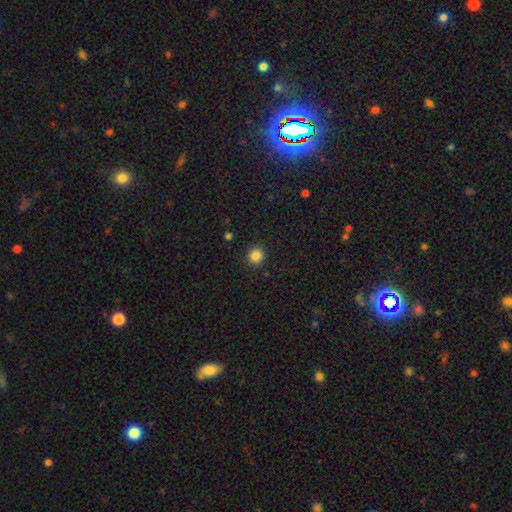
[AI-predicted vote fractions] smooth-or-featured: smooth: 85% | star or artifact: 11% | featured or disk: 4%
  how-rounded: round: 90% | in between: 9% | cigar-shaped: 1%
  merging: none: 91% | minor disturbance: 6% | major disturbance: 2% | merger: 1%